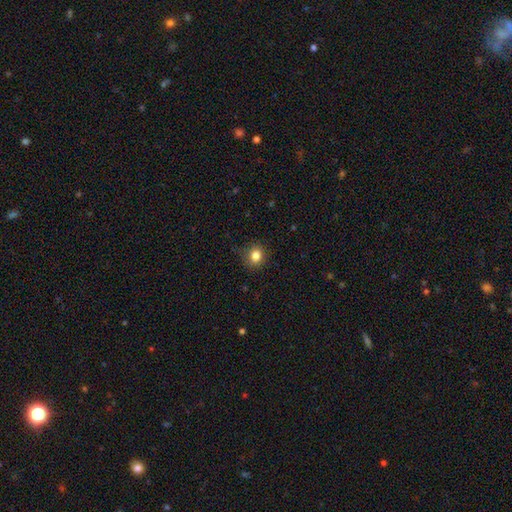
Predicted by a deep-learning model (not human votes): A smooth galaxy with no disk features (84%) that is round (76%). Merging: none (83%).